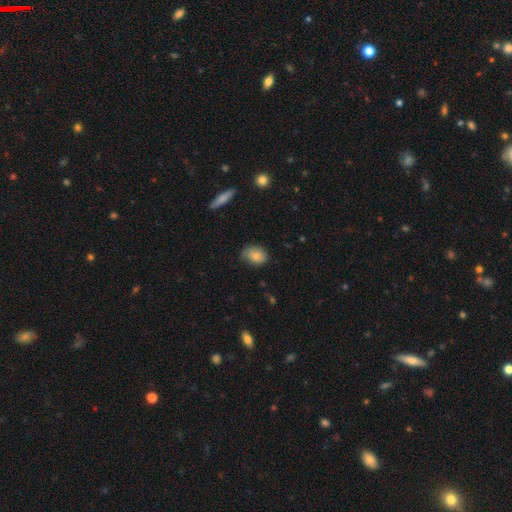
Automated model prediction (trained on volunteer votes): smooth_or_featured: smooth (p=0.81) [alt: featured or disk p=0.11]
how_rounded: in between (p=0.67) [alt: round p=0.31]
merging: none (p=0.62) [alt: minor disturbance p=0.30]